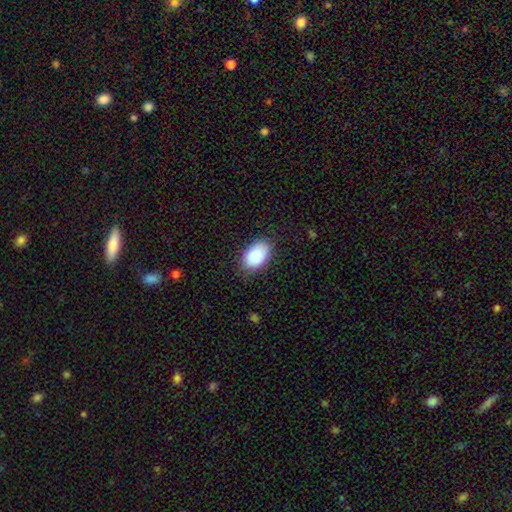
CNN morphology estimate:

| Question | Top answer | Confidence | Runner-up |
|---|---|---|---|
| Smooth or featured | smooth | 88% | featured or disk (6%) |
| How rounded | in between | 92% | round (7%) |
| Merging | none | 80% | minor disturbance (16%) |